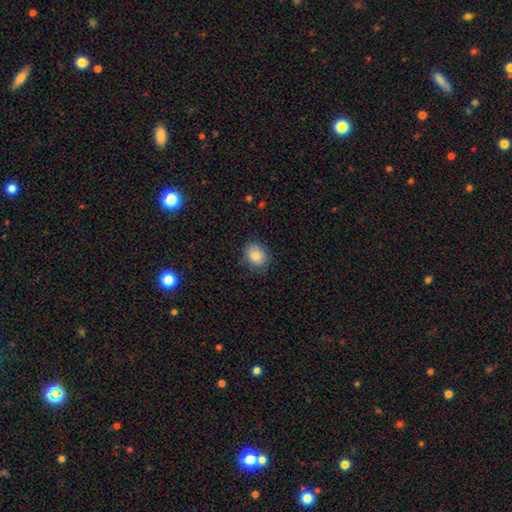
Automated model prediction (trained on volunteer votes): Smooth or featured?
  - smooth: 86% *
  - star or artifact: 8%
  - featured or disk: 6%
How rounded?
  - round: 50% *
  - in between: 49%
  - cigar-shaped: 1%
Merging?
  - none: 80% *
  - minor disturbance: 15%
  - major disturbance: 4%
  - merger: 1%